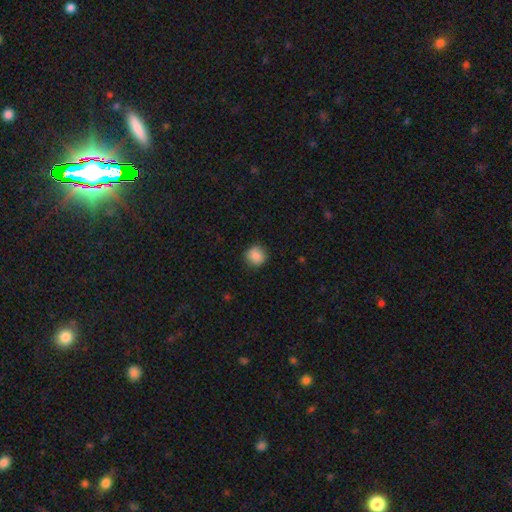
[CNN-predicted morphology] Q: Smooth or featured?
A: smooth (88%); runner-up: star or artifact (9%)
Q: How rounded?
A: round (90%); runner-up: in between (9%)
Q: Merging?
A: none (89%); runner-up: minor disturbance (8%)